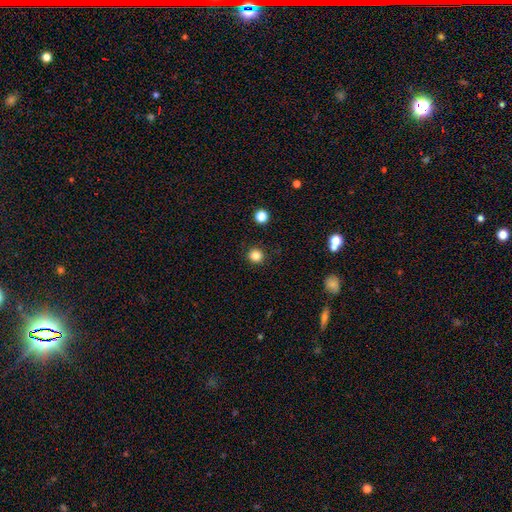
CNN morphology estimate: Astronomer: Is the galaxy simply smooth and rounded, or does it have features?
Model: smooth — 84%.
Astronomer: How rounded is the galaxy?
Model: round — 95%.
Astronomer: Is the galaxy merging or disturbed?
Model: none — 92%.